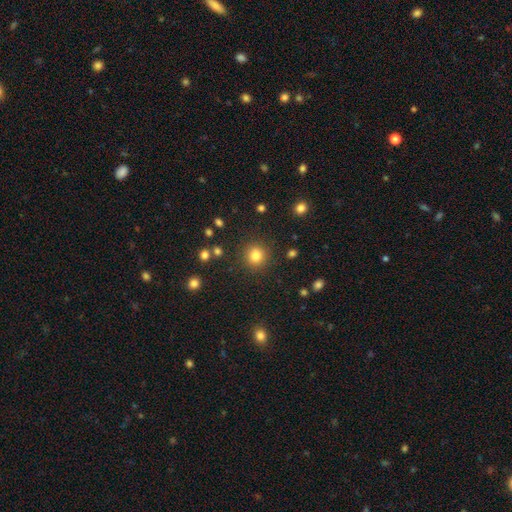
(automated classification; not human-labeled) Q: Smooth or featured?
A: smooth (83%); runner-up: star or artifact (12%)
Q: How rounded?
A: round (92%); runner-up: in between (7%)
Q: Merging?
A: none (89%); runner-up: minor disturbance (6%)